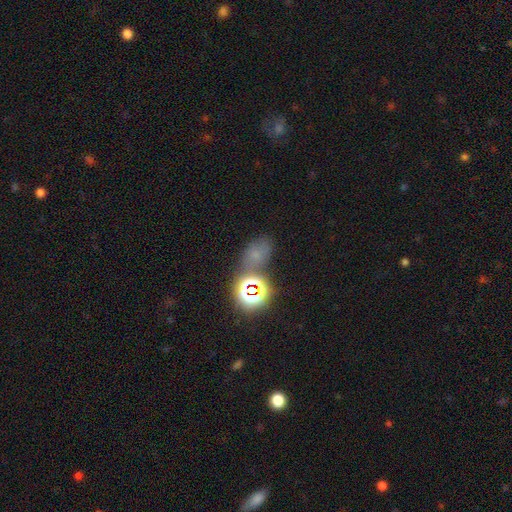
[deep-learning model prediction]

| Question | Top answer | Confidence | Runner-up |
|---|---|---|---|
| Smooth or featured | star or artifact | 46% | smooth (42%) |